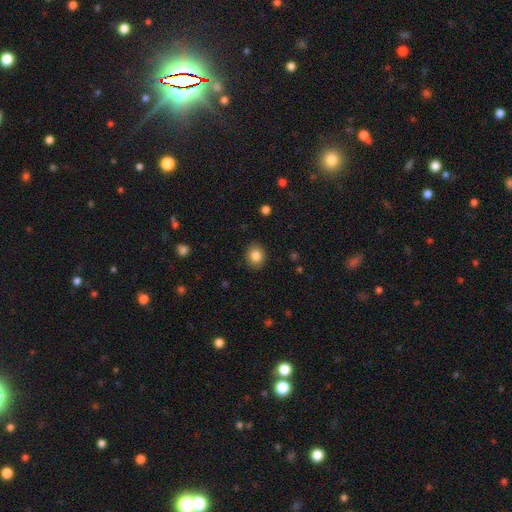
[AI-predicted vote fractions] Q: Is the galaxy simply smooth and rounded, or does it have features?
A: smooth — 84%.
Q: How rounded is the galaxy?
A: round — 71%.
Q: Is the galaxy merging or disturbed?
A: none — 89%.